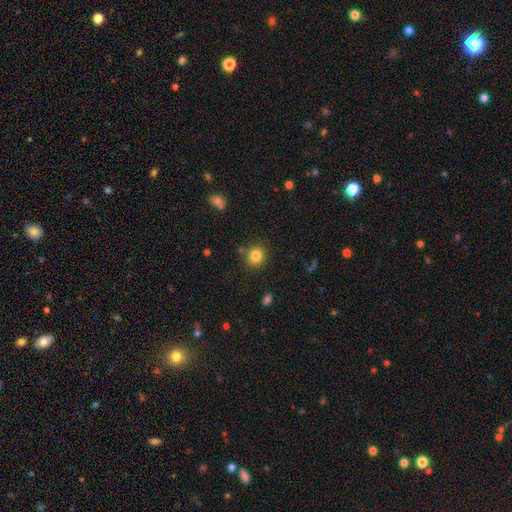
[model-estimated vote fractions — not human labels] This is clearly a smooth galaxy (82%). How rounded: clearly round (87%). Merging: clearly none (84%).